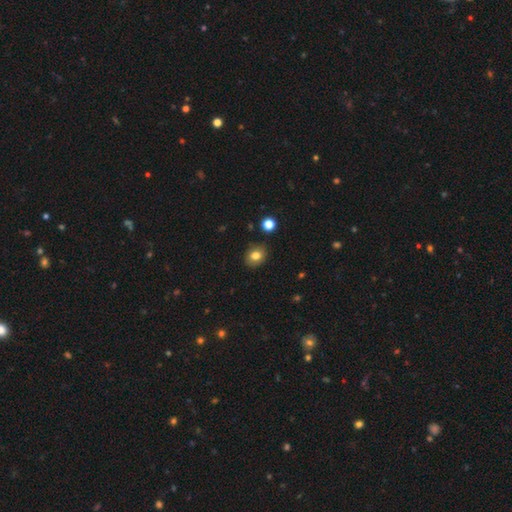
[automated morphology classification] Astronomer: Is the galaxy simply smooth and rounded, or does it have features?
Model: smooth — 80%.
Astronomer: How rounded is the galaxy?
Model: round — 63%.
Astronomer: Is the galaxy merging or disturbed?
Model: none — 86%.